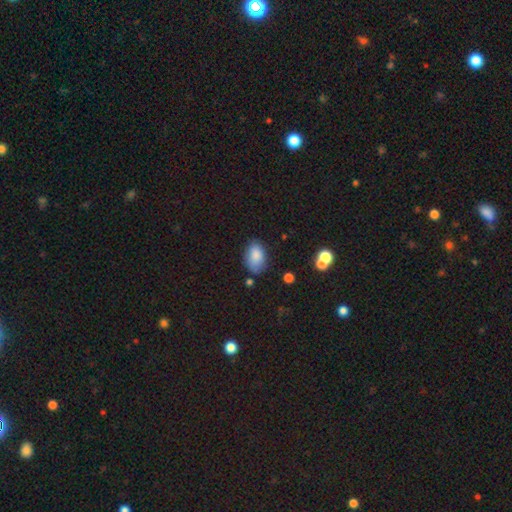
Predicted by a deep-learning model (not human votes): Smooth or featured?
  - smooth: 85% *
  - star or artifact: 8%
  - featured or disk: 7%
How rounded?
  - in between: 91% *
  - round: 8%
  - cigar-shaped: 1%
Merging?
  - none: 74% *
  - minor disturbance: 19%
  - major disturbance: 4%
  - merger: 3%